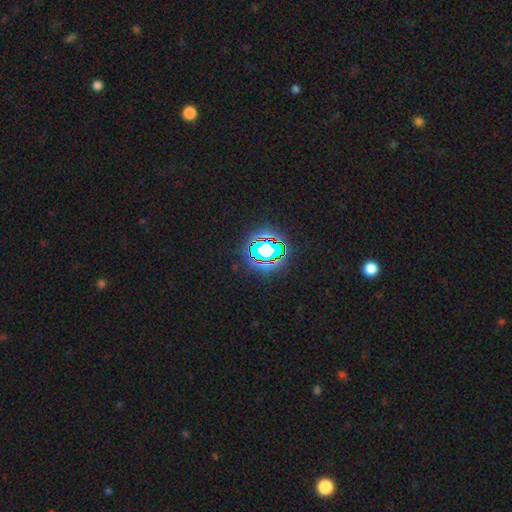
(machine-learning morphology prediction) A star or artifact, not a galaxy (82%).